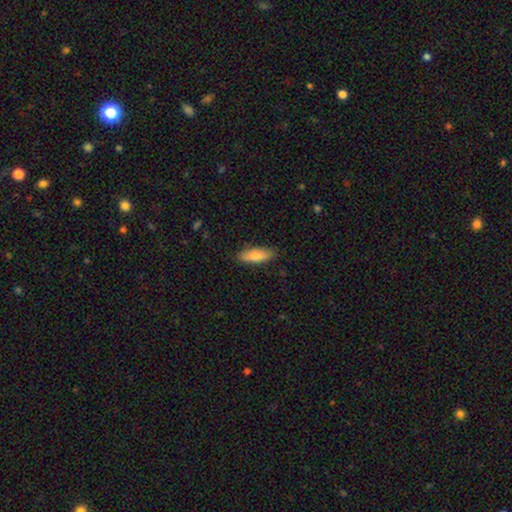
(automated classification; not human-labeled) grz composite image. It shows a smooth galaxy with no disk features (81%) that is in between round and cigar-shaped (60%). Merging: none (86%).